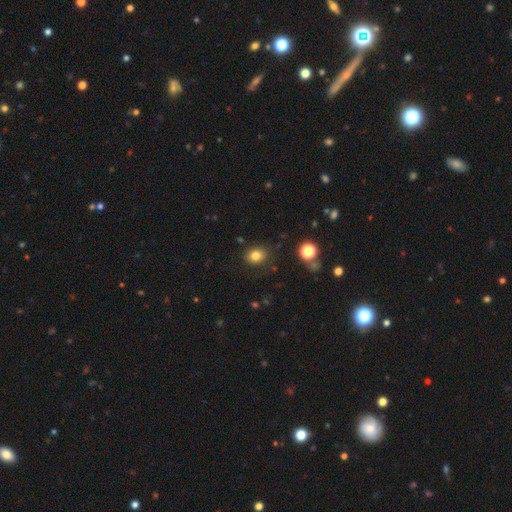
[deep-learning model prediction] Q: Smooth or featured?
A: smooth (81%); runner-up: star or artifact (12%)
Q: How rounded?
A: round (54%); runner-up: in between (45%)
Q: Merging?
A: none (83%); runner-up: minor disturbance (12%)